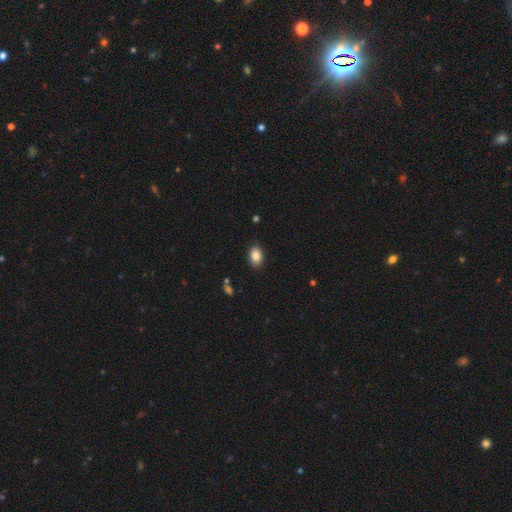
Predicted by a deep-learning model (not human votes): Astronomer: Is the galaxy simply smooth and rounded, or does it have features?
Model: smooth — 86%.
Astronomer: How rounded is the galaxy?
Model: in between — 81%.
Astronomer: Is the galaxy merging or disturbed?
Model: none — 87%.